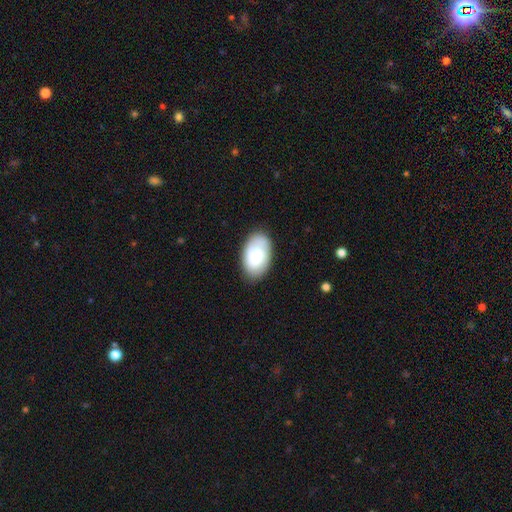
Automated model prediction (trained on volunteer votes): Smooth or featured? smooth (78%)
How rounded? in between (93%)
Merging? none (80%)